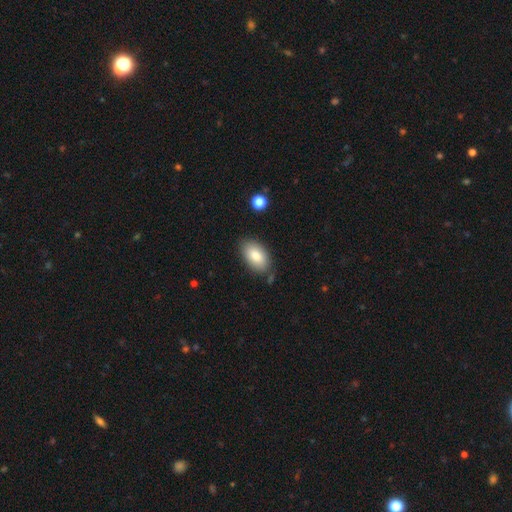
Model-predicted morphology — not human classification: smooth 83%, featured or disk 10%, star or artifact 7%. Down the decision tree: how rounded — in between (94%); merging — none (79%).